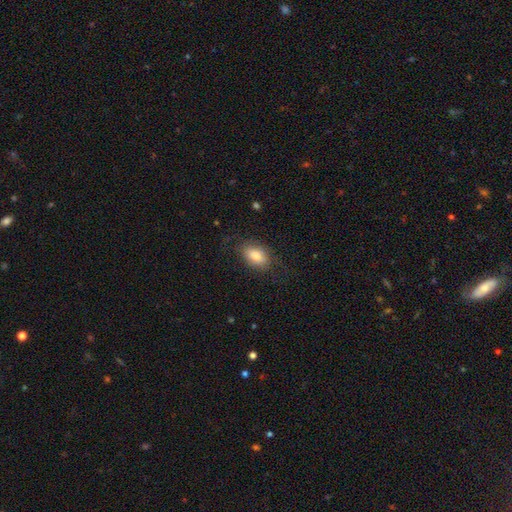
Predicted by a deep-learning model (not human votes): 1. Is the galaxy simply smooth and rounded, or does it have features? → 74% smooth, 18% featured or disk, 8% star or artifact.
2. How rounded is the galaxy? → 87% in between, 11% round, 2% cigar-shaped.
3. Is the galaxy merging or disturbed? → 72% none, 17% minor disturbance, 10% major disturbance, 1% merger.